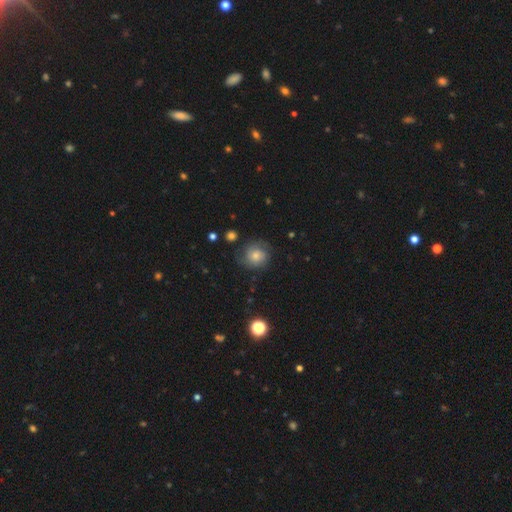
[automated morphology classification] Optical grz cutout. It shows a smooth galaxy with no disk features (50%) that is round (83%). Merging: none (68%).